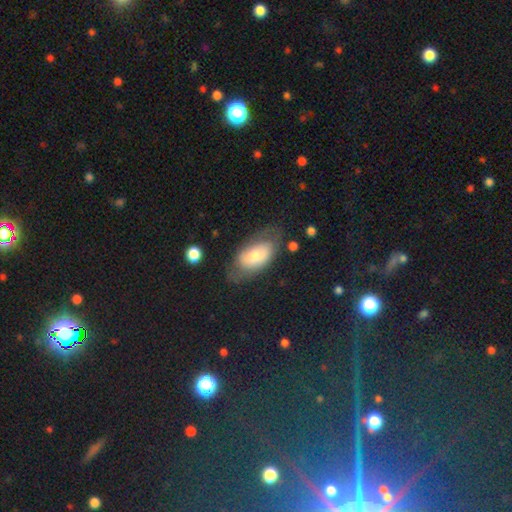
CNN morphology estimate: Smooth or featured? Predicted: smooth (p=0.60). How rounded? Predicted: in between (p=0.91). Merging? Predicted: none (p=0.54).